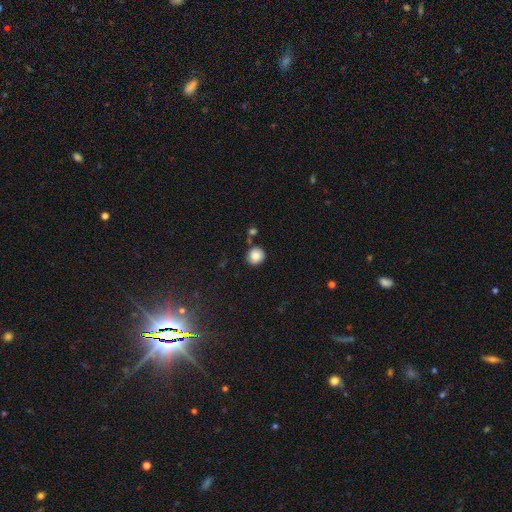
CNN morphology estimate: The model was most divided on "merging": none: 78%, minor disturbance: 12%, merger: 8%, major disturbance: 3%. More confident: how rounded — round (89%); smooth or featured — smooth (86%).